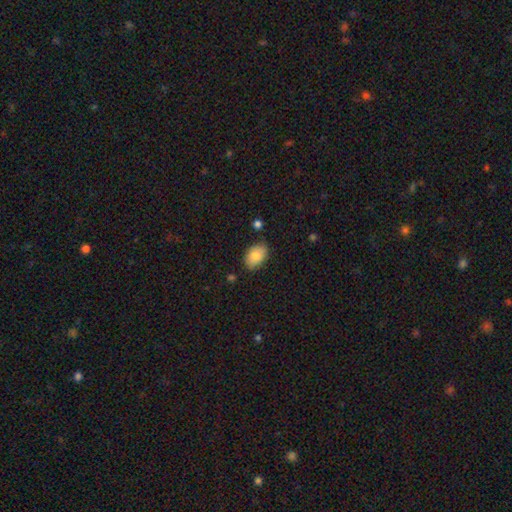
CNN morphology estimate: smooth 83%, featured or disk 10%, star or artifact 7%. Down the decision tree: how rounded — in between (89%); merging — none (82%).